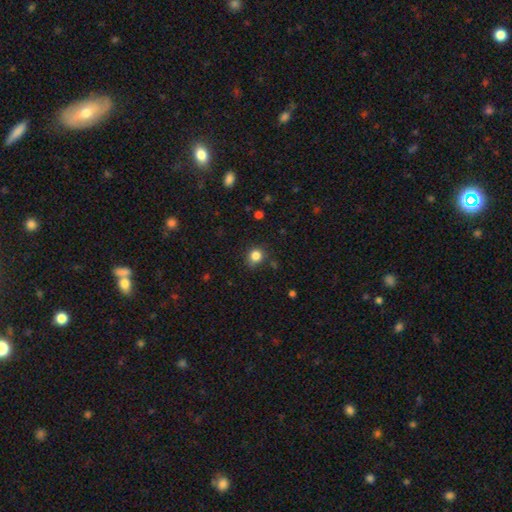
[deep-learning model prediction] Morphology: type=smooth (83%); roundness=round (76%); merging=none (77%).